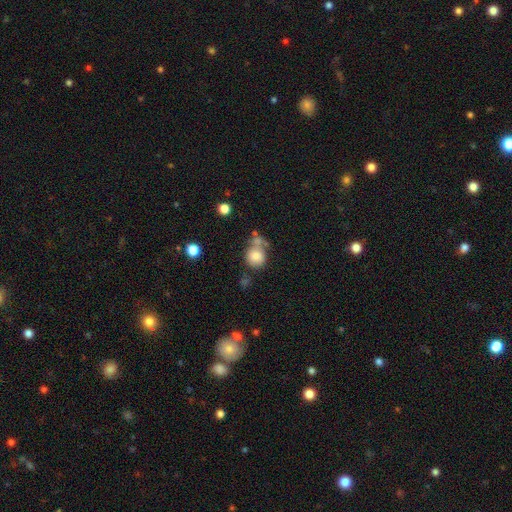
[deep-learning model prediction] Smooth or featured: smooth — 79% (featured or disk — 12%)
How rounded: round — 73% (in between — 26%)
Merging: none — 40% (merger — 28%)